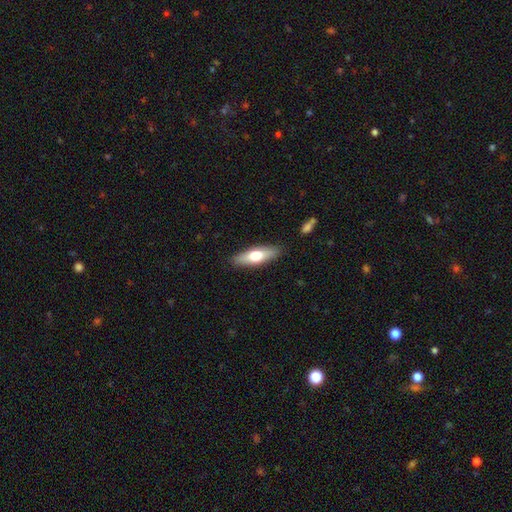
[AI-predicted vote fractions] smooth-or-featured: smooth: 58% | featured or disk: 36% | star or artifact: 6%
  how-rounded: cigar-shaped: 51% | in between: 47% | round: 2%
  merging: none: 88% | minor disturbance: 9% | major disturbance: 2% | merger: 1%